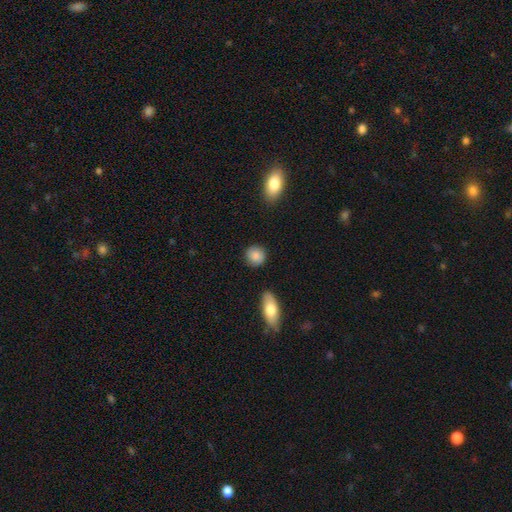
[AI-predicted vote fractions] Smooth or featured? smooth (85%)
How rounded? round (86%)
Merging? none (87%)